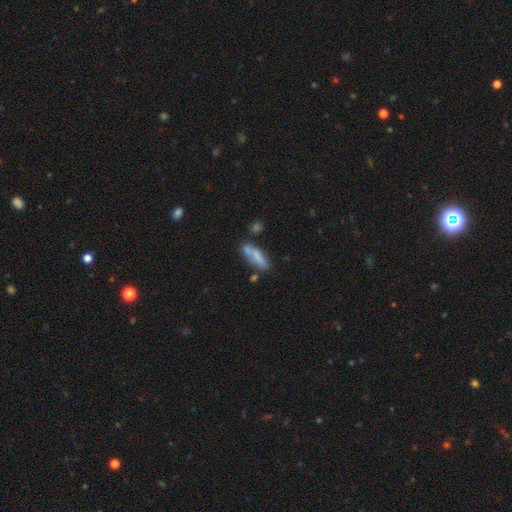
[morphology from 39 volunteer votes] Smooth or featured? smooth (72%)
How rounded? in between (71%)
Merging? none (36%, tied with merger)